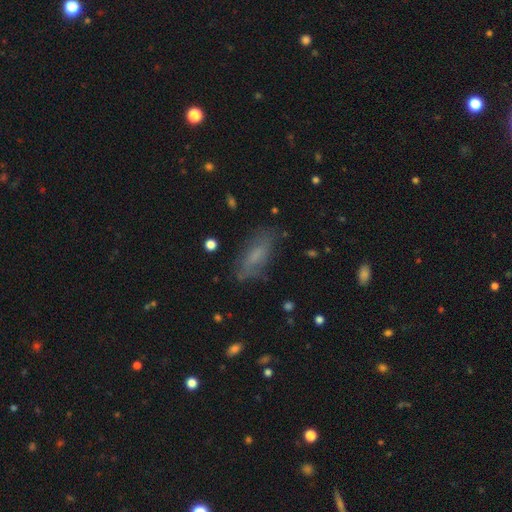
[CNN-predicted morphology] A smooth galaxy with no disk features (58%) that is in between round and cigar-shaped (69%). Merging: none (72%).